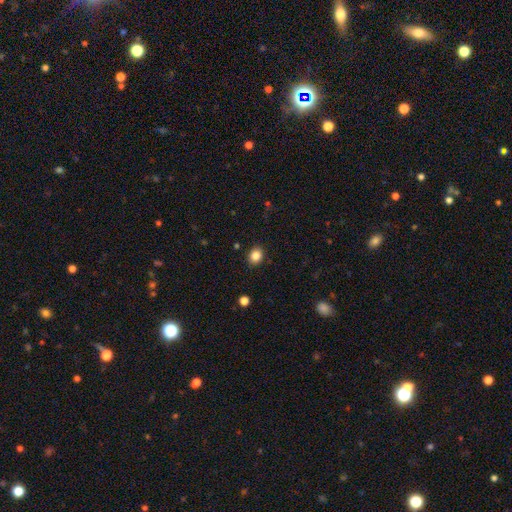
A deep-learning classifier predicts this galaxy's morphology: A smooth galaxy with no disk features (85%) that is round (60%). Merging: none (89%).